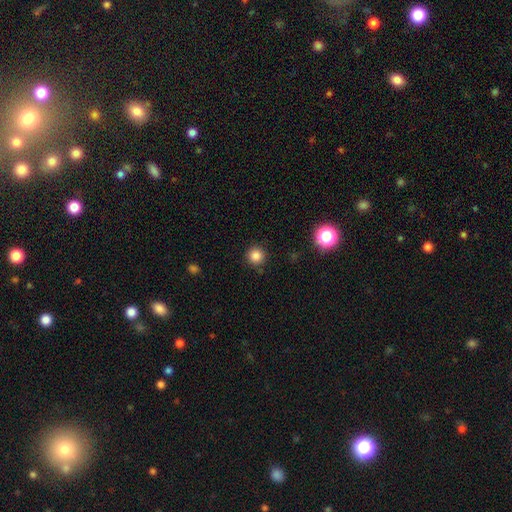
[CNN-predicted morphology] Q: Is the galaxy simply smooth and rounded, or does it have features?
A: smooth — 83%.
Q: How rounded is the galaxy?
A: round — 95%.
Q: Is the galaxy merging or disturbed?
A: none — 89%.